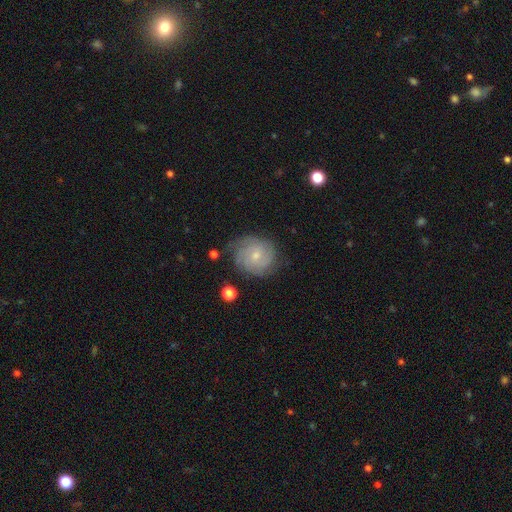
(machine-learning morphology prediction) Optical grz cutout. It shows a featured or disk galaxy (67%) with no bar (68%), tight (65%) spiral arms (92%) and a small central bulge (65%). Merging: none (73%).